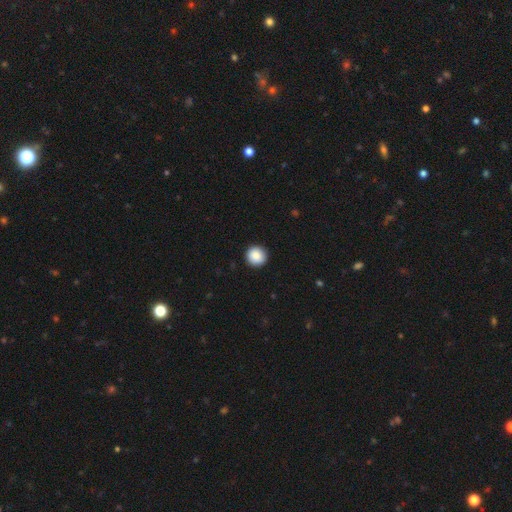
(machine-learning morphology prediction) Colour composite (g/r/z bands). It shows a smooth galaxy with no disk features (88%) that is round (95%). Merging: none (92%).